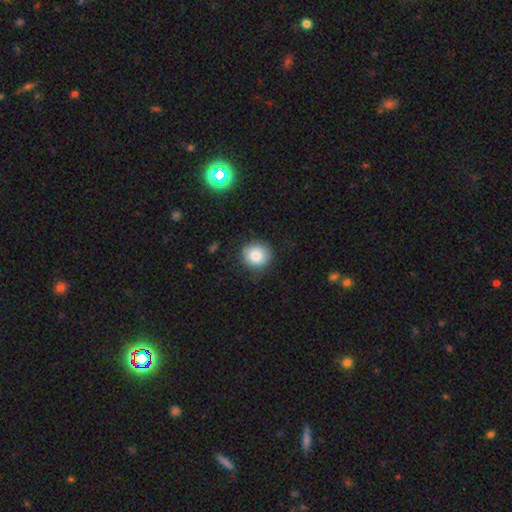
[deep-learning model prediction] Smooth or featured? Predicted: smooth (p=0.84). How rounded? Predicted: round (p=0.89). Merging? Predicted: none (p=0.82).